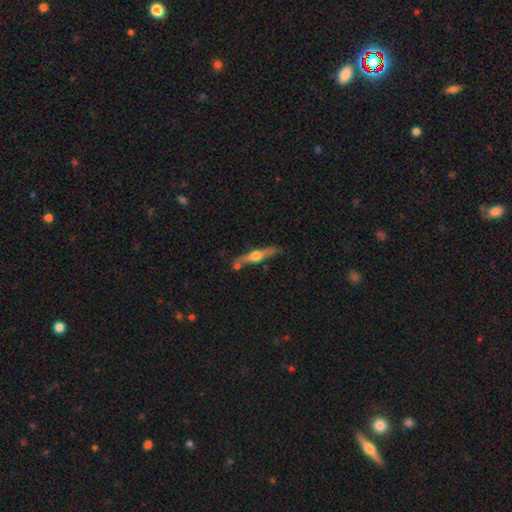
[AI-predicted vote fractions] The model was most divided on "smooth or featured": featured or disk: 68%, smooth: 26%, star or artifact: 6%. More confident: edge-on disk — yes (96%); edge-on bulge — rounded (95%); merging — none (75%).